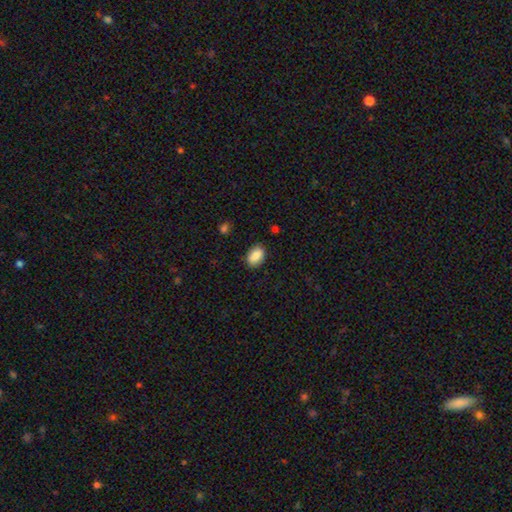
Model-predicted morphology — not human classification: Smooth or featured? Predicted: smooth (p=0.87). How rounded? Predicted: in between (p=0.88). Merging? Predicted: none (p=0.86).